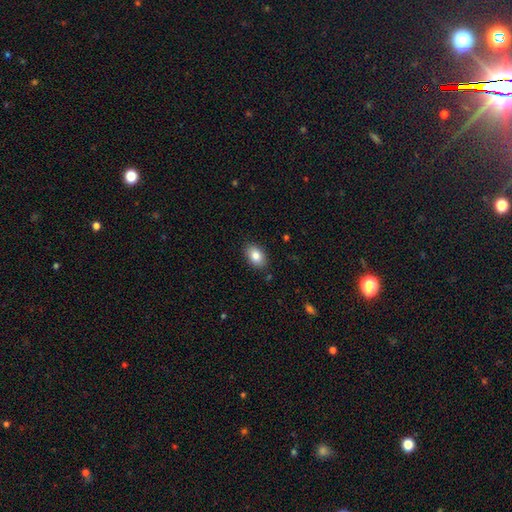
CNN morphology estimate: Smooth or featured?
  - smooth: 84% *
  - featured or disk: 8%
  - star or artifact: 8%
How rounded?
  - in between: 87% *
  - round: 12%
  - cigar-shaped: 1%
Merging?
  - none: 87% *
  - minor disturbance: 9%
  - major disturbance: 2%
  - merger: 1%